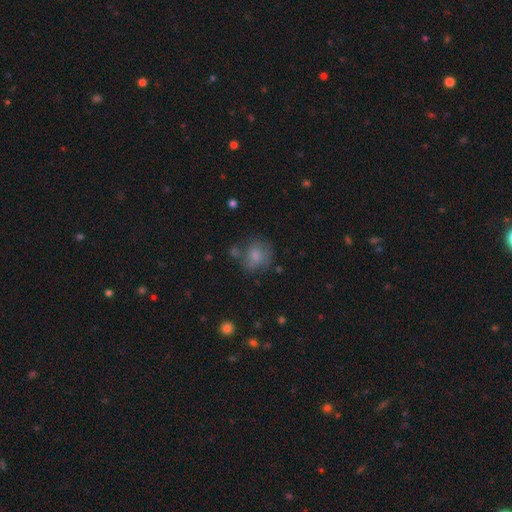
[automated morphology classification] This appears to be a smooth galaxy with no disk features (70%) that is round (68%). Merging: none (51%).